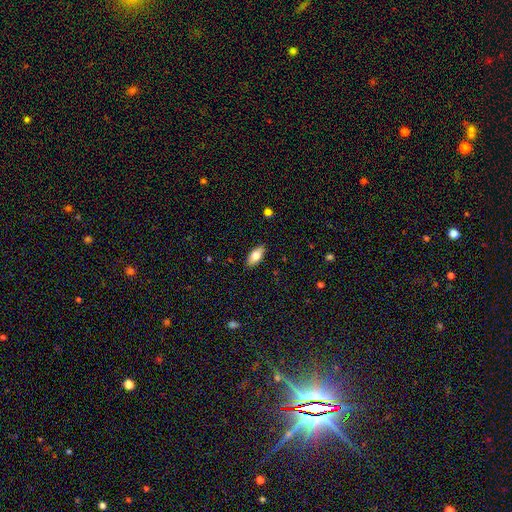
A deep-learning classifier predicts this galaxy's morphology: Overall: smooth (78%). How rounded: in between (89%). Merging: none (87%).